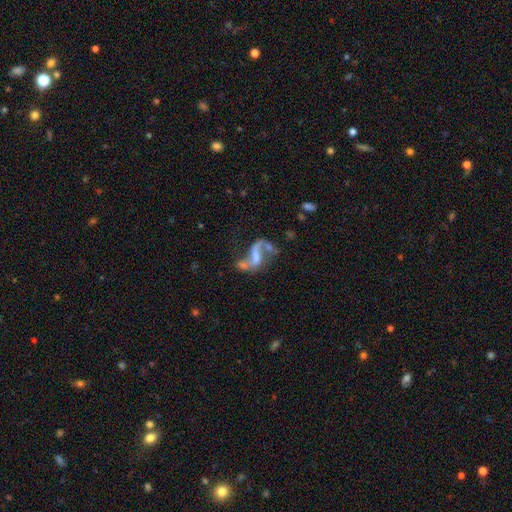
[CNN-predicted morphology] smooth-or-featured: featured or disk: 74% | smooth: 16% | star or artifact: 10%
  disk-edge-on: no: 97% | yes: 3%
    bar: weak: 40% | no: 33% | strong: 27%
    has-spiral-arms: yes: 77% | no: 23%
      spiral-winding: loose: 84% | medium: 13% | tight: 3%
      spiral-arm-count: 2: 77% | 1: 17% | can't tell: 4% | 3: 1% | 4: 1% | more than 4: 1%
    bulge-size: none: 48% | small: 27% | moderate: 20% | large: 5% | dominant: 2%
  merging: none: 32% | major disturbance: 27% | merger: 26% | minor disturbance: 15%